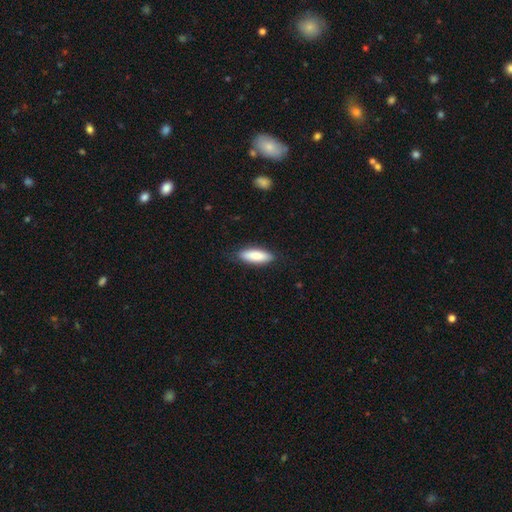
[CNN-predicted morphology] Q: Smooth or featured?
A: smooth (86%); runner-up: featured or disk (9%)
Q: How rounded?
A: in between (59%); runner-up: cigar-shaped (39%)
Q: Merging?
A: none (84%); runner-up: minor disturbance (12%)